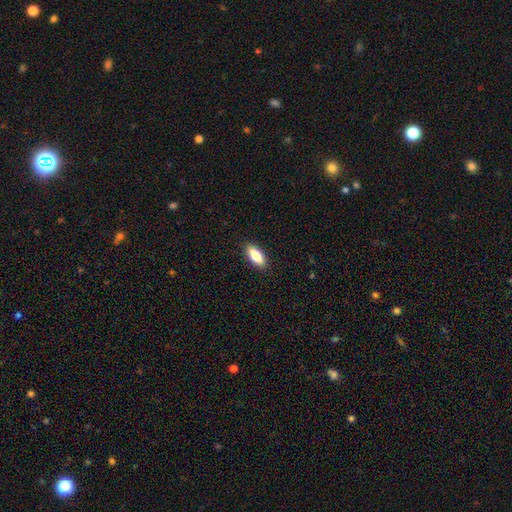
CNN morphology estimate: Smooth or featured? Predicted: smooth (p=0.79). How rounded? Predicted: in between (p=0.80). Merging? Predicted: none (p=0.89).